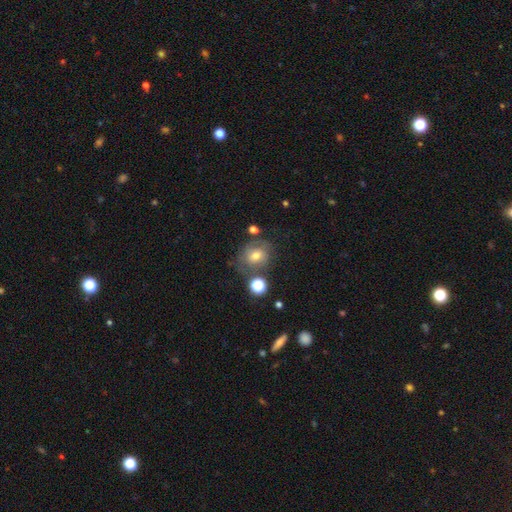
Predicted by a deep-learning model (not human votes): Q: Smooth or featured?
A: smooth (55%); runner-up: featured or disk (31%)
Q: How rounded?
A: round (69%); runner-up: in between (30%)
Q: Merging?
A: none (58%); runner-up: minor disturbance (20%)